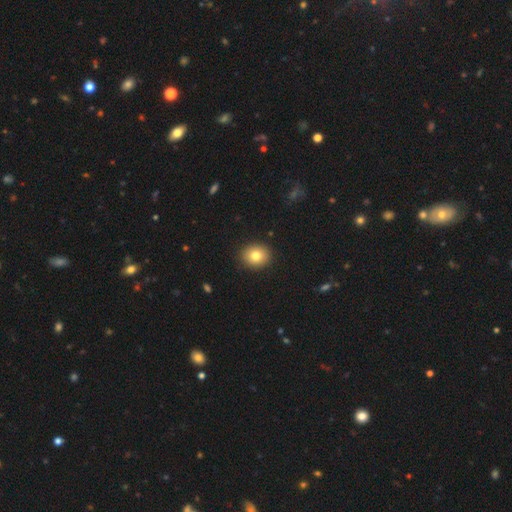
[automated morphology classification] type=smooth (80%); roundness=round (66%); merging=none (90%).